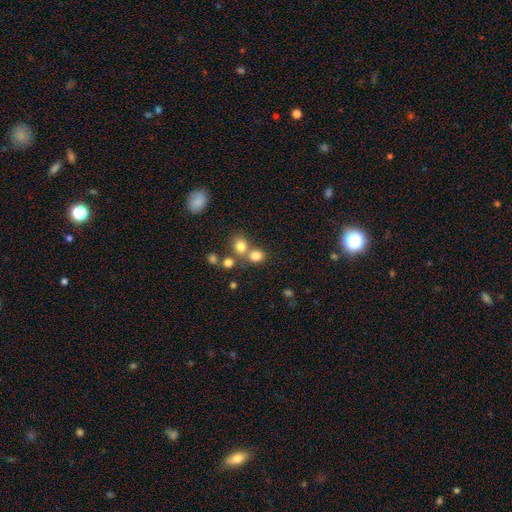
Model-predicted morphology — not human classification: Smooth or featured? Predicted: smooth (p=0.78). How rounded? Predicted: round (p=0.68). Merging? Predicted: none (p=0.49).